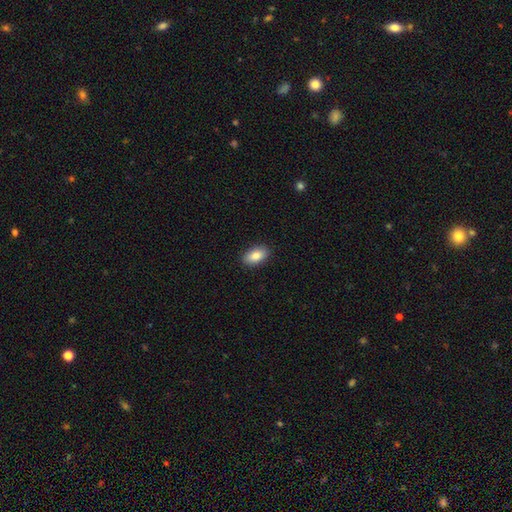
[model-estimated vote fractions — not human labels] Smooth or featured: smooth — 85% (featured or disk — 8%)
How rounded: in between — 92% (round — 5%)
Merging: none — 90% (minor disturbance — 7%)